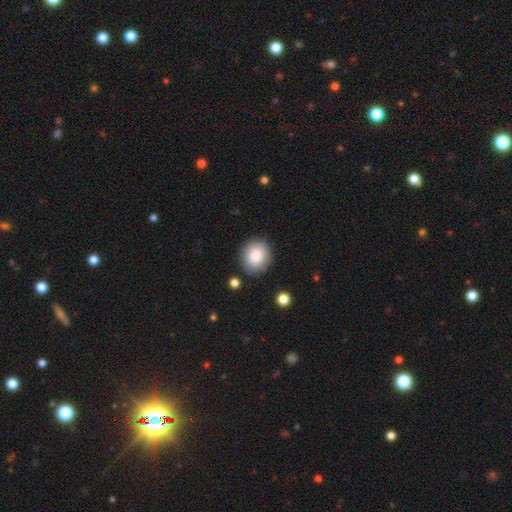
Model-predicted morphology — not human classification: Overall: smooth (86%). How rounded: round (78%). Merging: none (85%).